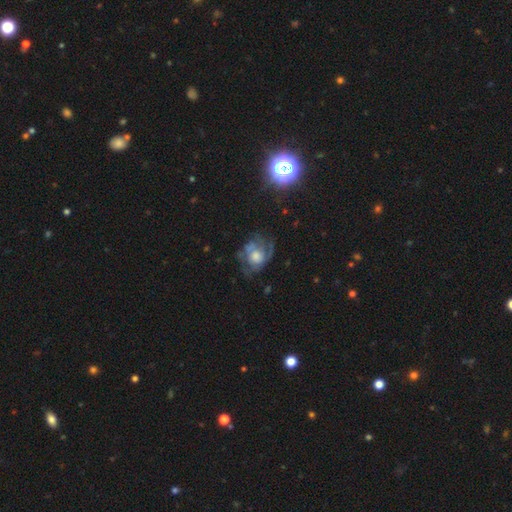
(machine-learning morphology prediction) A featured or disk galaxy (65%) with no bar (81%), spiral arms (73%) and a moderate central bulge (50%). Merging: none (56%).